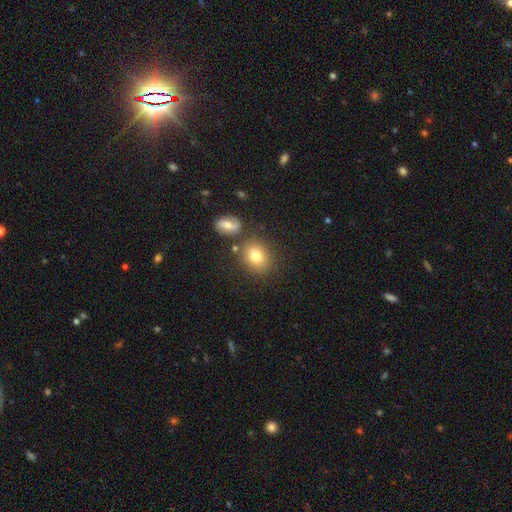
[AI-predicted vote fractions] Q: Smooth or featured?
A: smooth (79%); runner-up: featured or disk (11%)
Q: How rounded?
A: round (61%); runner-up: in between (38%)
Q: Merging?
A: none (76%); runner-up: minor disturbance (11%)